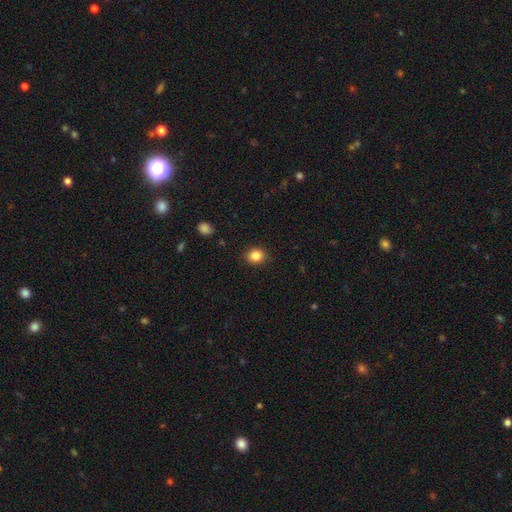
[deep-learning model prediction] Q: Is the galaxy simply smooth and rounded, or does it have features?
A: smooth — 85%.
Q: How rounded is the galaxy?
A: round — 68%.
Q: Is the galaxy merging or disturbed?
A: none — 89%.